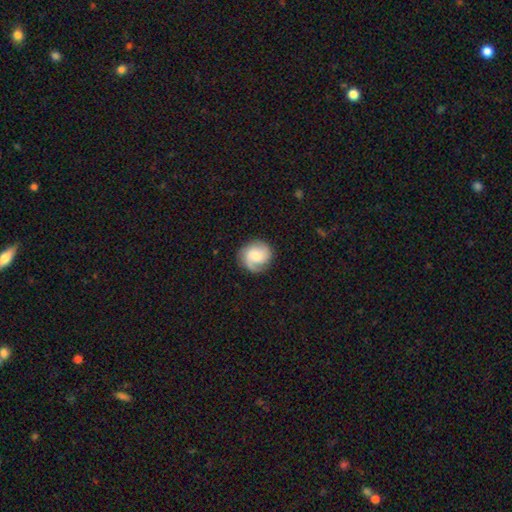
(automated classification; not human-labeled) This is possibly a featured or disk galaxy (58%). It is clearly not viewed edge-on (98%). Bar: likely no (65%). Spiral arm pattern: clearly yes (93%). Spiral arm count: marginally 2 (44%). Spiral winding: marginally tight (41%). Central bulge: possibly moderate (47%). Merging: likely none (79%).